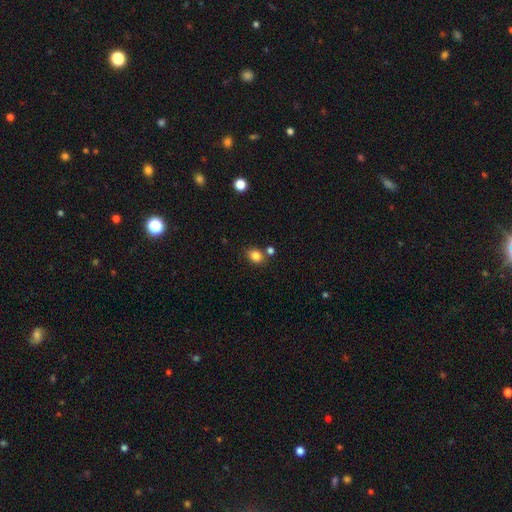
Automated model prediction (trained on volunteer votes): smooth 84%, star or artifact 11%, featured or disk 5%. Down the decision tree: how rounded — in between (53%); merging — none (72%).